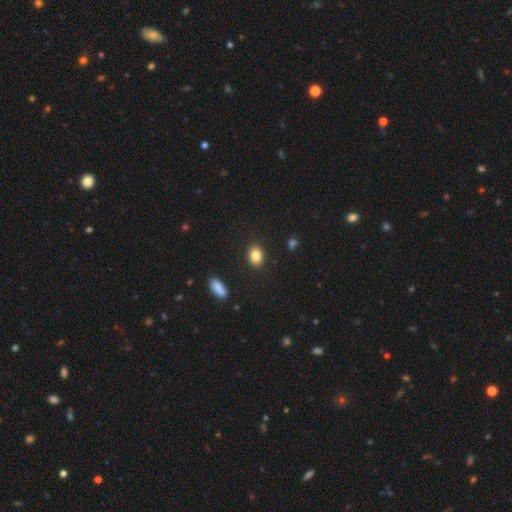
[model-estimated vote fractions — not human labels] Smooth or featured: smooth — 84% (star or artifact — 9%)
How rounded: in between — 65% (round — 34%)
Merging: none — 88% (minor disturbance — 8%)